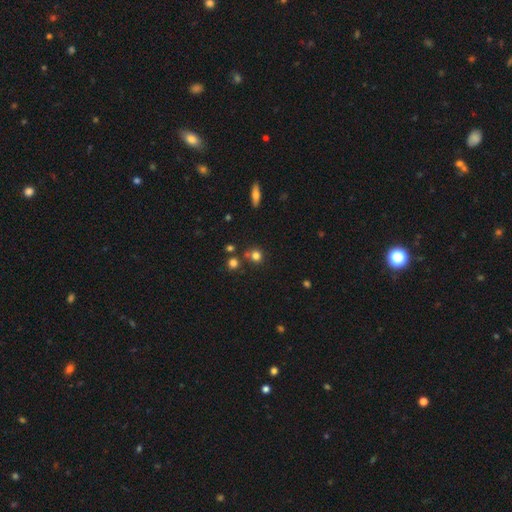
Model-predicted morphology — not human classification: Smooth or featured? Predicted: smooth (p=0.76). How rounded? Predicted: round (p=0.84). Merging? Predicted: none (p=0.65).